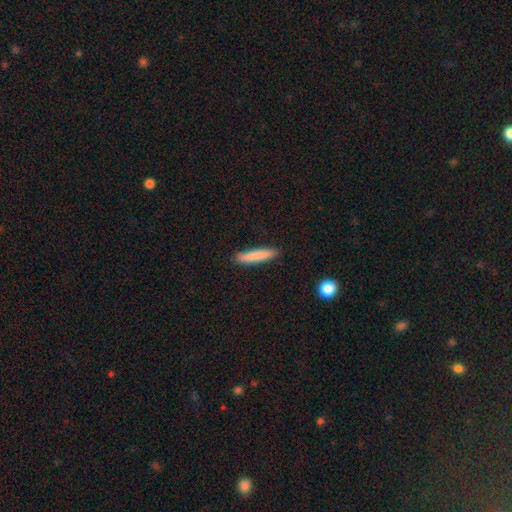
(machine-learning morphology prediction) Smooth or featured? smooth (83%)
How rounded? cigar-shaped (90%)
Merging? none (90%)